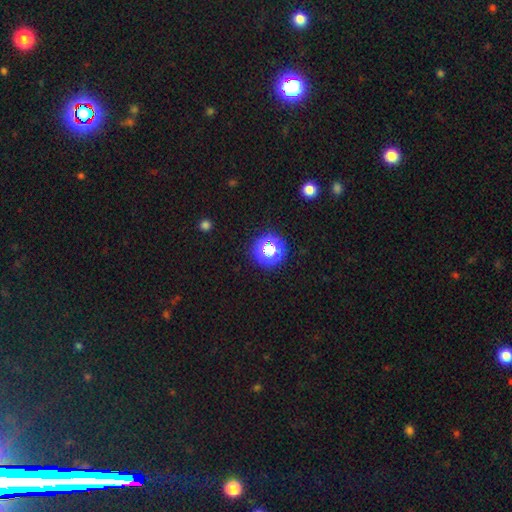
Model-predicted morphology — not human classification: A star or artifact, not a galaxy (71%).